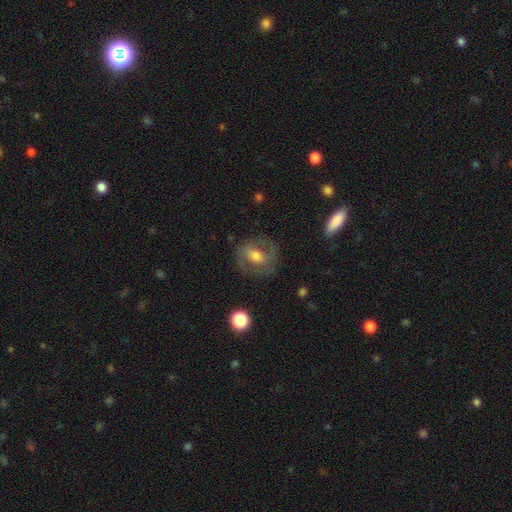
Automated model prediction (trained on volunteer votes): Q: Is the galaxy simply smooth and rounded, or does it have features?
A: featured or disk — 58%.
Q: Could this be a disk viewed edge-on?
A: no — 94%.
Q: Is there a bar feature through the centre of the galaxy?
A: weak — 38%.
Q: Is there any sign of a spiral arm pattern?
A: yes — 51%.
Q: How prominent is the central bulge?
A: moderate — 66%.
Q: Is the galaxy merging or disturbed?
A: none — 77%.